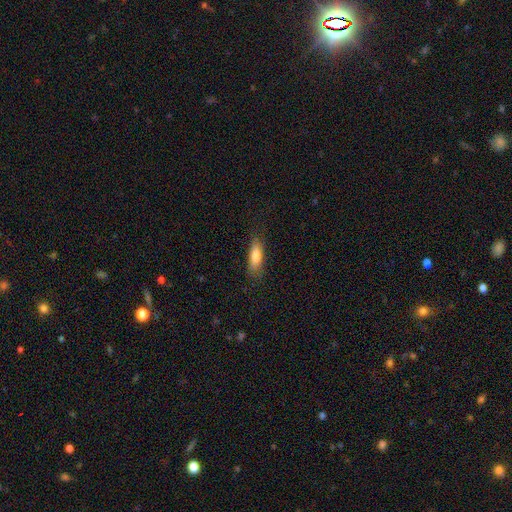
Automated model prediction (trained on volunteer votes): smooth-or-featured: smooth: 81% | featured or disk: 13% | star or artifact: 7%
  how-rounded: in between: 55% | cigar-shaped: 43% | round: 2%
  merging: none: 76% | minor disturbance: 18% | major disturbance: 5% | merger: 1%